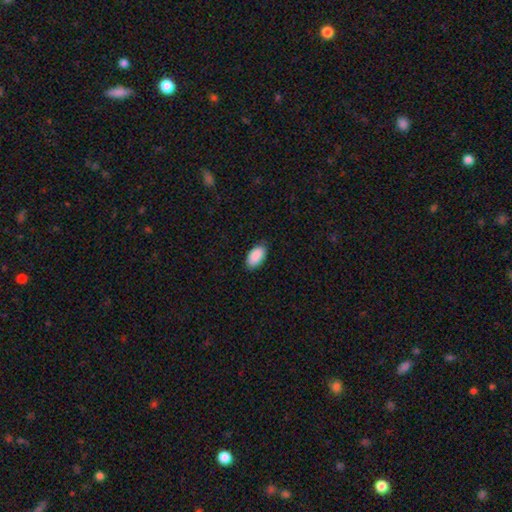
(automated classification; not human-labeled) Overall: smooth (91%). How rounded: in between (96%). Merging: none (85%).